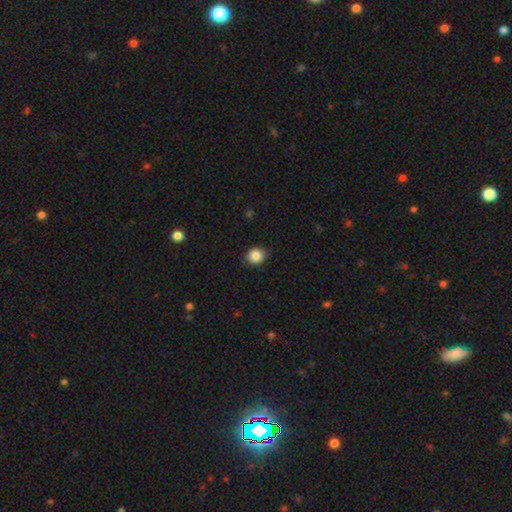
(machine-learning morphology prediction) smooth 87%, star or artifact 9%, featured or disk 4%. Down the decision tree: how rounded — round (77%); merging — none (85%).